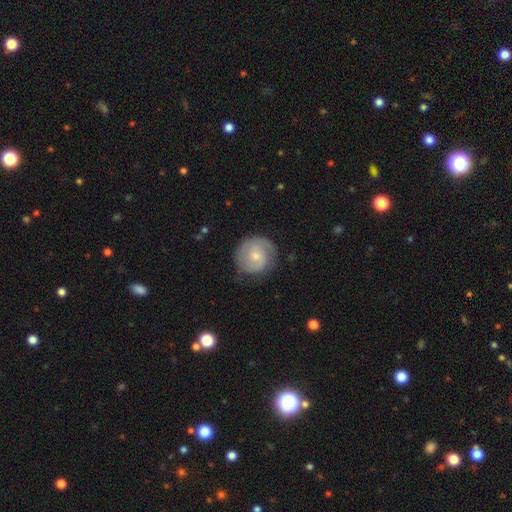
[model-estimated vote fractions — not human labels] smooth_or_featured: featured or disk (p=0.61) [alt: smooth p=0.33]
disk_edge_on: no (p=0.98) [alt: yes p=0.02]
bar: no (p=0.66) [alt: weak p=0.30]
has_spiral_arms: yes (p=0.88) [alt: no p=0.12]
spiral_winding: tight (p=0.54) [alt: medium p=0.34]
spiral_arm_count: 2 (p=0.55) [alt: can't tell p=0.22]
bulge_size: small (p=0.54) [alt: moderate p=0.40]
merging: none (p=0.76) [alt: minor disturbance p=0.17]